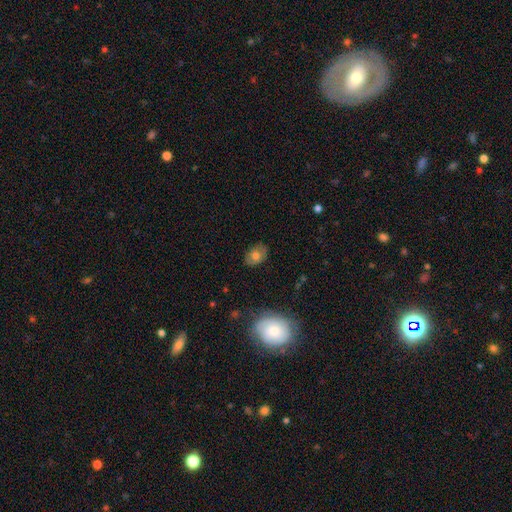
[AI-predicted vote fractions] Smooth or featured: smooth — 66% (featured or disk — 24%)
How rounded: in between — 75% (round — 24%)
Merging: none — 79% (minor disturbance — 16%)